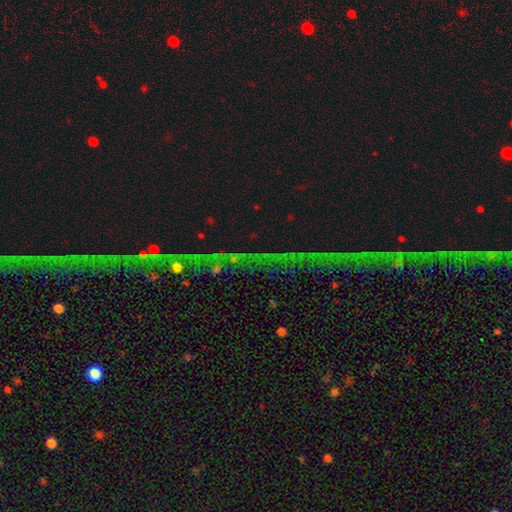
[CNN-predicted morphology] smooth_or_featured: star or artifact (p=0.83) [alt: featured or disk p=0.09]